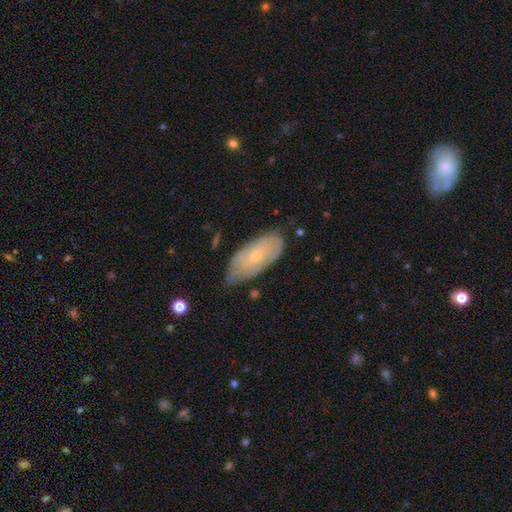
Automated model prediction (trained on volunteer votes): Morphology: type=featured or disk (53%); edge-on=no (86%); merging=none (69%).